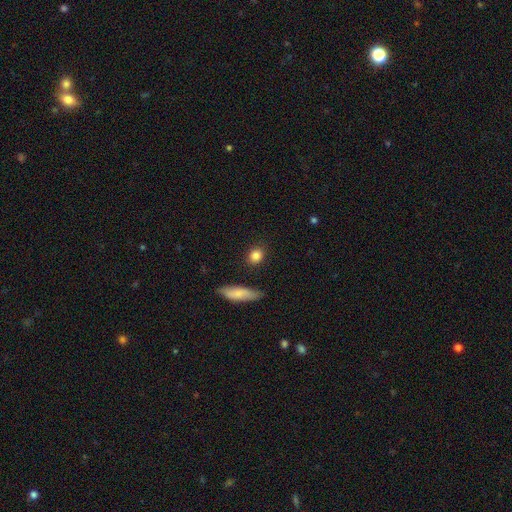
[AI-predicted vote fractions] Smooth or featured?
  - smooth: 85% *
  - star or artifact: 9%
  - featured or disk: 6%
How rounded?
  - round: 62% *
  - in between: 34%
  - cigar-shaped: 5%
Merging?
  - none: 86% *
  - minor disturbance: 9%
  - merger: 2%
  - major disturbance: 2%